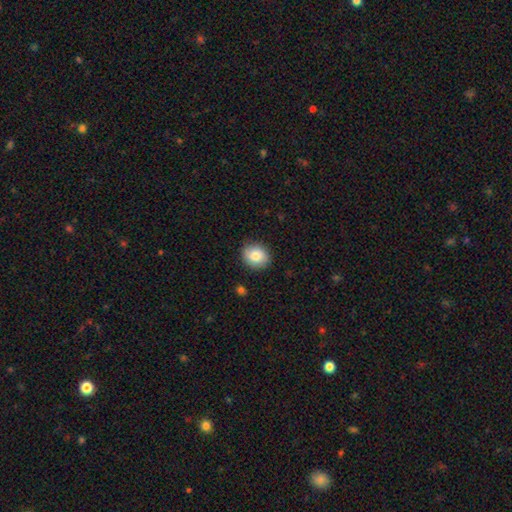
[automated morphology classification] A smooth galaxy with no disk features (83%) that is round (70%). Merging: none (87%).